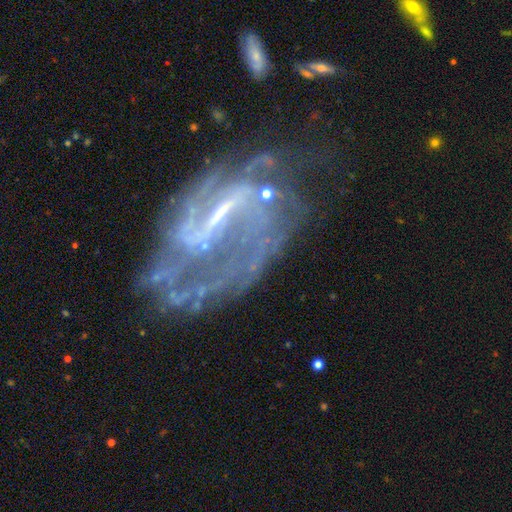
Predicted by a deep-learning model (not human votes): This is clearly a featured or disk galaxy (86%). It is clearly not viewed edge-on (96%). Bar: possibly strong (47%). Spiral arm pattern: clearly yes (88%). Spiral arm count: marginally 2 (41%). Spiral winding: marginally medium (42%). Central bulge: possibly small (55%). Merging: possibly none (49%).